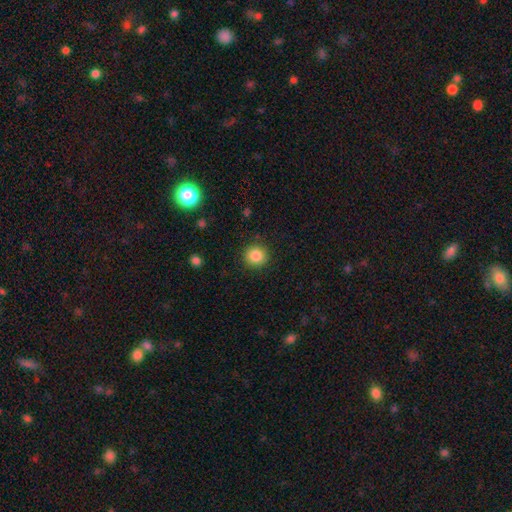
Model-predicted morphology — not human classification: type=smooth (86%); roundness=round (92%); merging=none (90%).